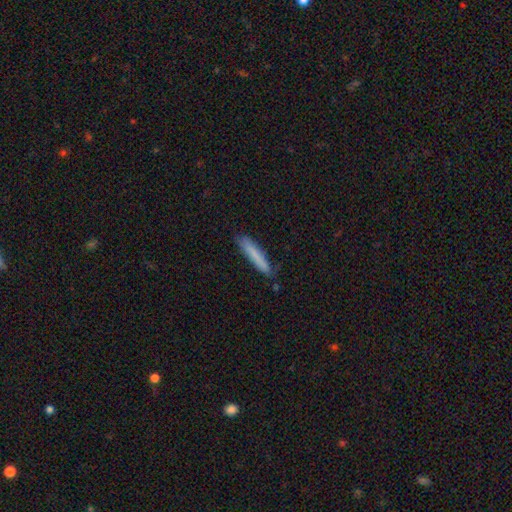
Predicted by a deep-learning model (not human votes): Smooth or featured? Predicted: smooth (p=0.80). How rounded? Predicted: cigar-shaped (p=0.94). Merging? Predicted: none (p=0.83).